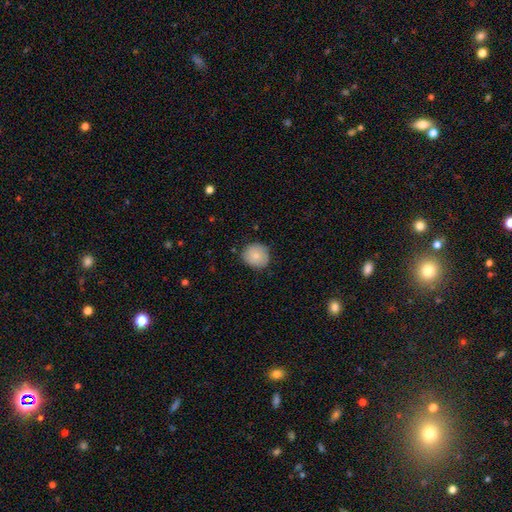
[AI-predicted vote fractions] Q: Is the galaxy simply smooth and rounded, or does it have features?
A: smooth — 77%.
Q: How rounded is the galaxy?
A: round — 85%.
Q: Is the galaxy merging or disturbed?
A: none — 80%.